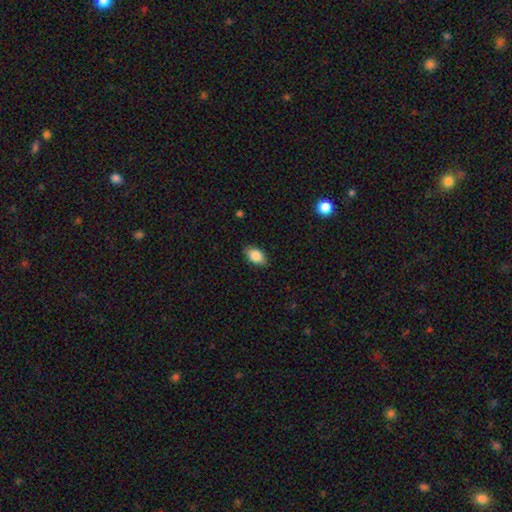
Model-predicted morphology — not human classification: Smooth or featured? smooth (85%)
How rounded? in between (89%)
Merging? none (84%)